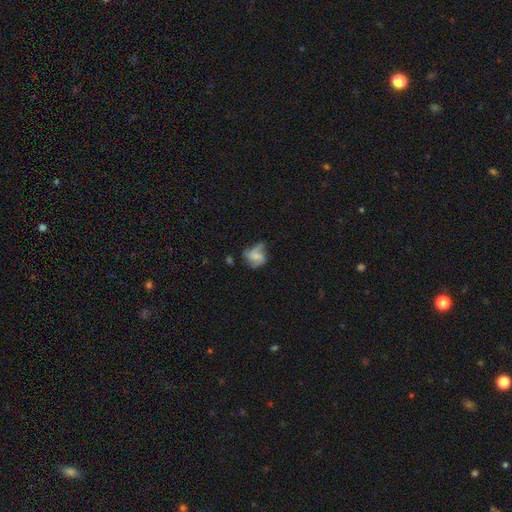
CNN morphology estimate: Overall: featured or disk (61%; smooth 30%). Edge-on disk: no (97%). Bar: no (51%; weak 37%). Spiral arms: yes (83%). Bulge size: small (41%; none 31%). Merging: none (44%; major disturbance 26%).